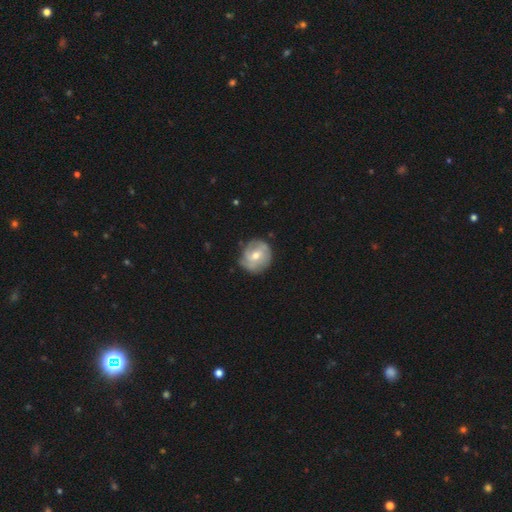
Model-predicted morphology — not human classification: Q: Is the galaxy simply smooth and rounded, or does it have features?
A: featured or disk — 71%.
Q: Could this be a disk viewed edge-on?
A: no — 98%.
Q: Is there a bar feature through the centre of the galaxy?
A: no — 51%.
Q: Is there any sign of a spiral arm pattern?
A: yes — 88%.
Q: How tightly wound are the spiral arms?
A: tight — 58%.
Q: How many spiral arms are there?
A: can't tell — 30%.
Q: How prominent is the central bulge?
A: moderate — 65%.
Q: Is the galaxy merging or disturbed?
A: none — 73%.